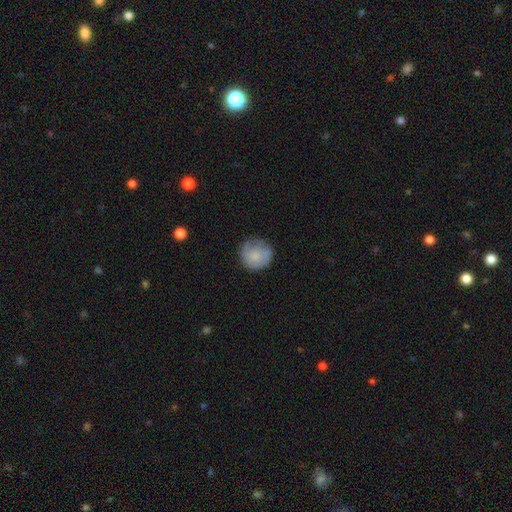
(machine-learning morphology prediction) A smooth galaxy with no disk features (72%) that is round (92%).

Vote fractions:
- Smooth or featured? smooth: 72% / featured or disk: 21% / star or artifact: 7%
- How rounded? round: 92% / in between: 7% / cigar-shaped: 1%
- Merging? none: 73% / minor disturbance: 19% / major disturbance: 6% / merger: 1%